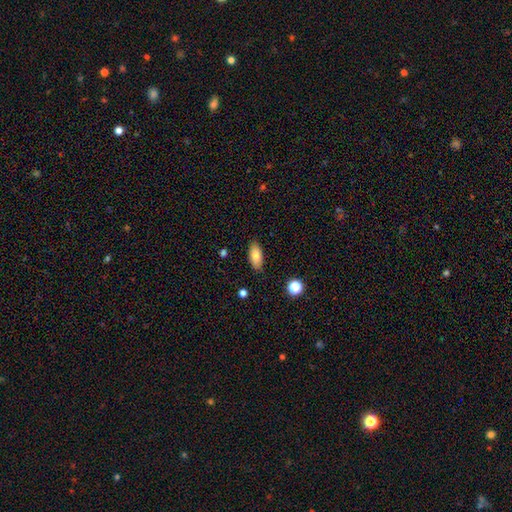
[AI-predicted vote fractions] smooth_or_featured: smooth (p=0.79) [alt: featured or disk p=0.13]
how_rounded: in between (p=0.87) [alt: cigar-shaped p=0.10]
merging: none (p=0.87) [alt: minor disturbance p=0.10]